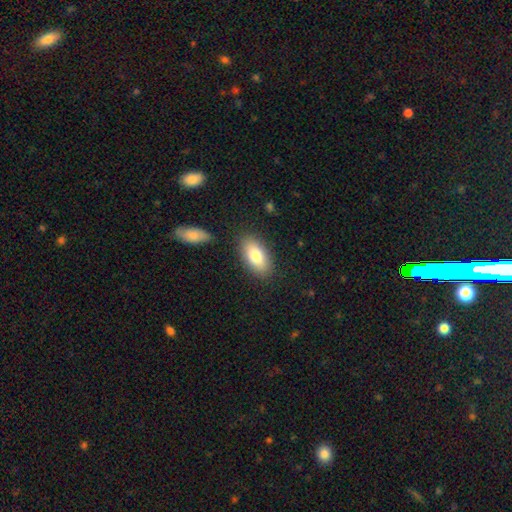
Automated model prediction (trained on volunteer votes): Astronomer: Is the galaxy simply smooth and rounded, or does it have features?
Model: smooth — 80%.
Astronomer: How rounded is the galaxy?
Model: in between — 91%.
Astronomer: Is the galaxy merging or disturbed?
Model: none — 84%.